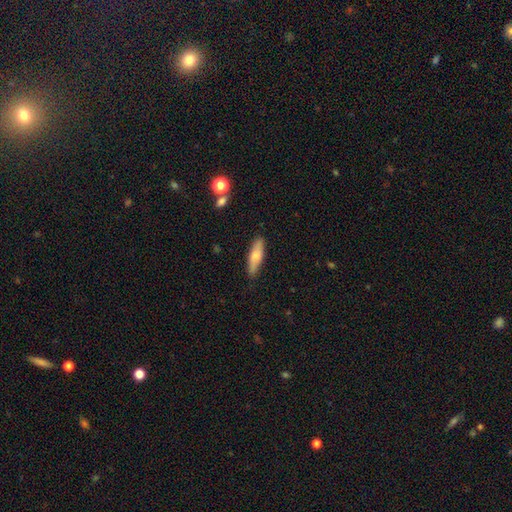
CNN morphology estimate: Smooth or featured: smooth — 65% (featured or disk — 29%)
How rounded: cigar-shaped — 64% (in between — 34%)
Merging: none — 86% (minor disturbance — 11%)